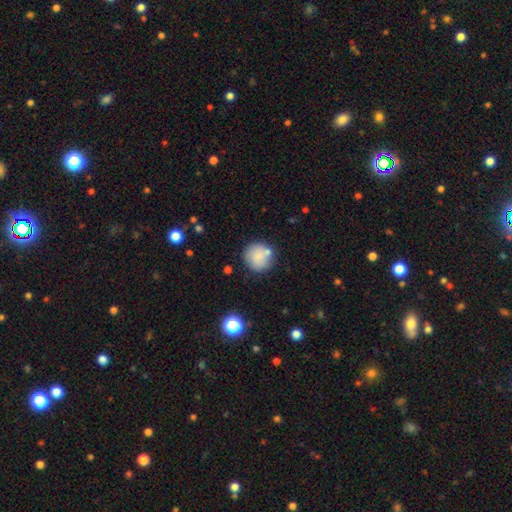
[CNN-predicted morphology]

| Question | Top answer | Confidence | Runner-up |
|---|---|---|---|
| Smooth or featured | smooth | 81% | featured or disk (10%) |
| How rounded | round | 93% | in between (6%) |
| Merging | none | 72% | minor disturbance (13%) |